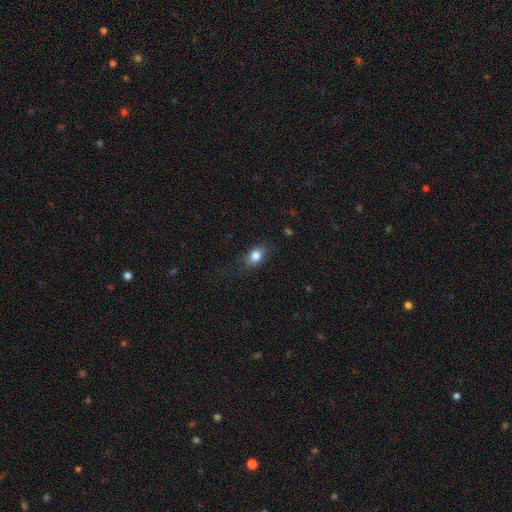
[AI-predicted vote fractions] This is clearly a smooth galaxy (83%). How rounded: likely in between (76%). Merging: likely none (72%).